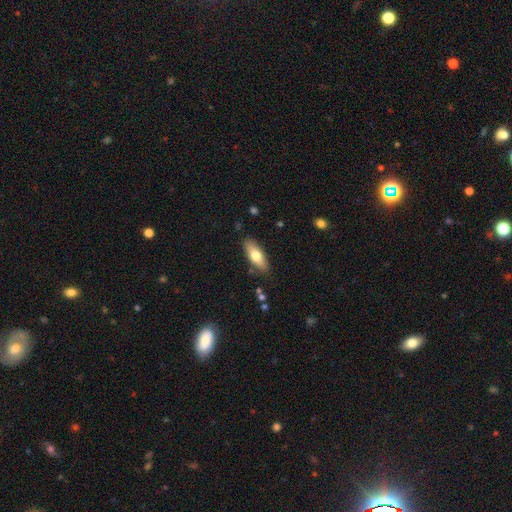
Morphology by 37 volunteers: Smooth or featured: smooth — 84% (featured or disk — 14%)
How rounded: in between — 71% (cigar-shaped — 29%)
Merging: none — 83% (minor disturbance — 14%)